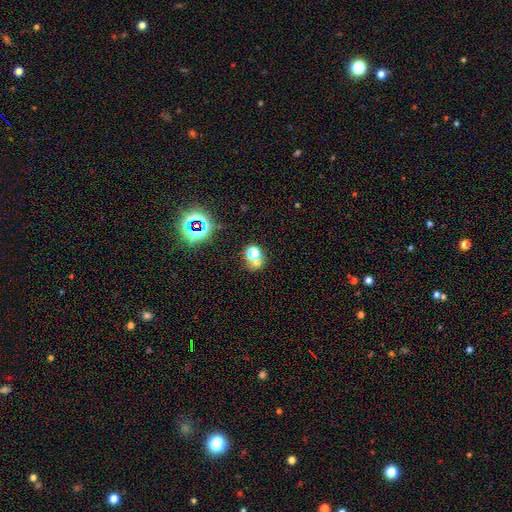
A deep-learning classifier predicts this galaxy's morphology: A smooth galaxy with no disk features (53%) that is round (77%). Merging: none (58%).